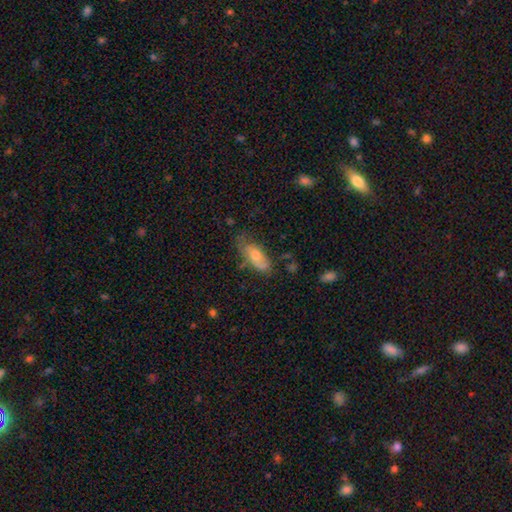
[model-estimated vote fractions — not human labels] smooth 61%, featured or disk 32%, star or artifact 7%. Down the decision tree: how rounded — in between (77%); merging — none (55%).